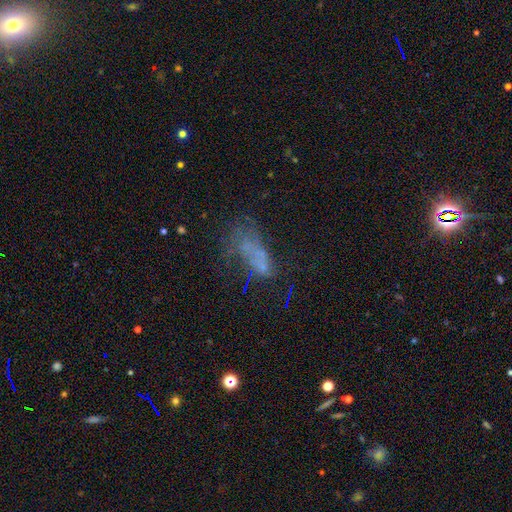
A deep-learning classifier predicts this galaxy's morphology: Smooth or featured? Predicted: featured or disk (p=0.38). Merging? Predicted: major disturbance (p=0.37).